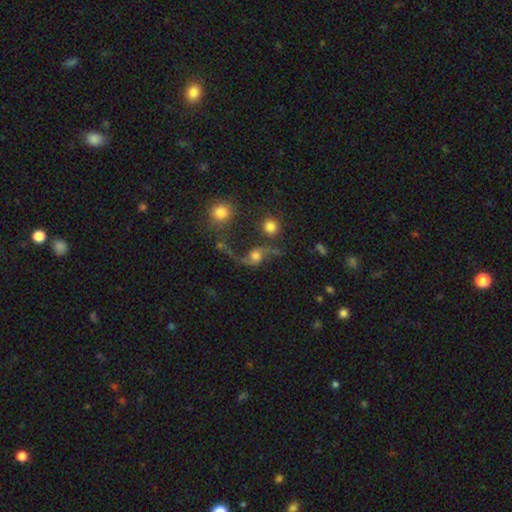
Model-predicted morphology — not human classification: Q: Smooth or featured?
A: featured or disk (79%); runner-up: smooth (13%)
Q: Edge-on disk?
A: no (97%); runner-up: yes (3%)
Q: Bar?
A: no (65%); runner-up: weak (28%)
Q: Spiral arms?
A: yes (94%); runner-up: no (6%)
Q: Spiral winding?
A: loose (90%); runner-up: medium (8%)
Q: Spiral arm count?
A: 2 (92%); runner-up: 1 (3%)
Q: Bulge size?
A: moderate (48%); runner-up: large (25%)
Q: Merging?
A: none (52%); runner-up: major disturbance (19%)